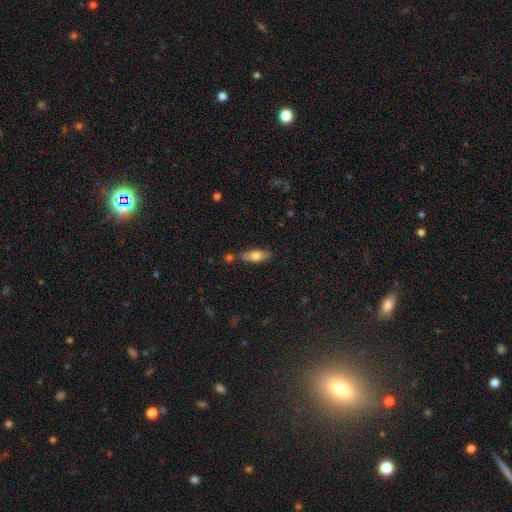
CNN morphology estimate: Q: Smooth or featured?
A: smooth (66%); runner-up: featured or disk (27%)
Q: How rounded?
A: in between (61%); runner-up: cigar-shaped (36%)
Q: Merging?
A: none (76%); runner-up: minor disturbance (14%)